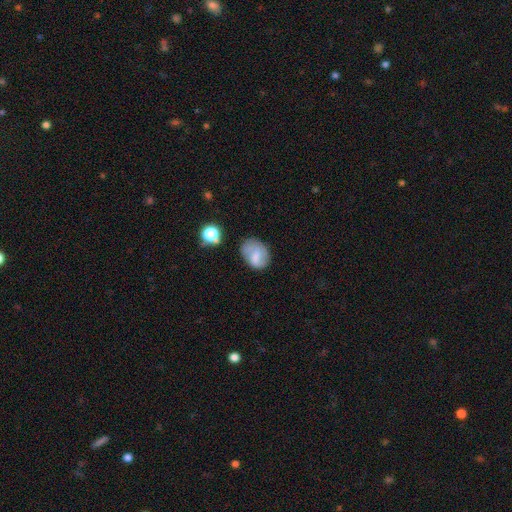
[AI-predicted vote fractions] smooth_or_featured: smooth (p=0.65) [alt: featured or disk p=0.24]
how_rounded: in between (p=0.65) [alt: round p=0.34]
merging: none (p=0.59) [alt: minor disturbance p=0.26]